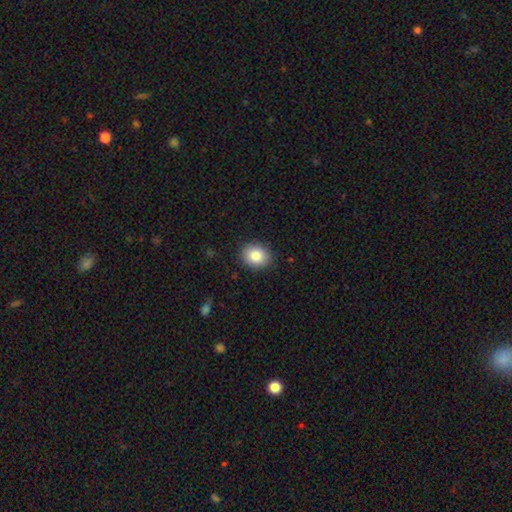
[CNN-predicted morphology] Smooth or featured: smooth — 85% (star or artifact — 8%)
How rounded: round — 58% (in between — 41%)
Merging: none — 89% (minor disturbance — 8%)